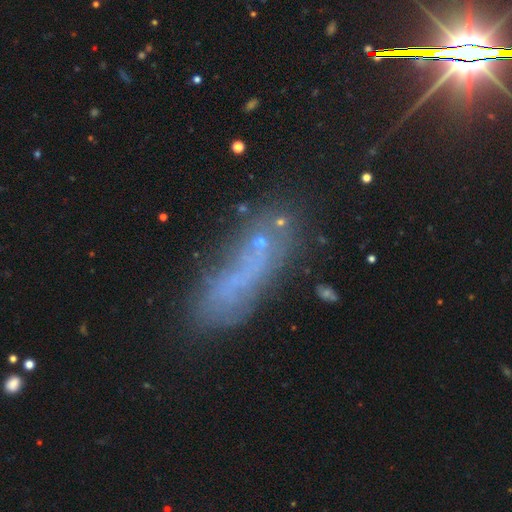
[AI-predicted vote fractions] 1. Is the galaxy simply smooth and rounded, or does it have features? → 40% smooth, 36% featured or disk, 24% star or artifact.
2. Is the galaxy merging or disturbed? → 48% none, 24% minor disturbance, 18% major disturbance, 10% merger.